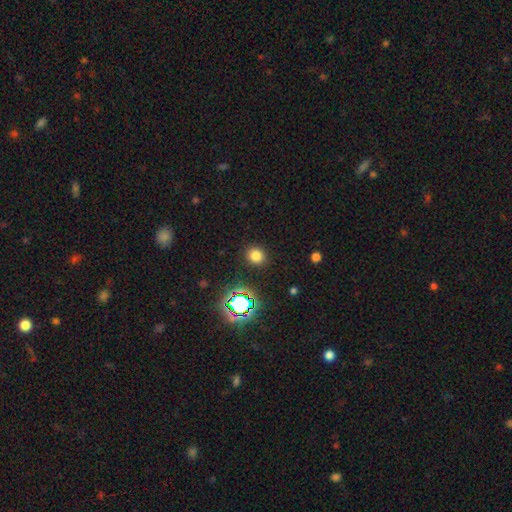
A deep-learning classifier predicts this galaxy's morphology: Q: Smooth or featured?
A: smooth (75%); runner-up: star or artifact (19%)
Q: How rounded?
A: round (77%); runner-up: in between (22%)
Q: Merging?
A: none (89%); runner-up: minor disturbance (7%)